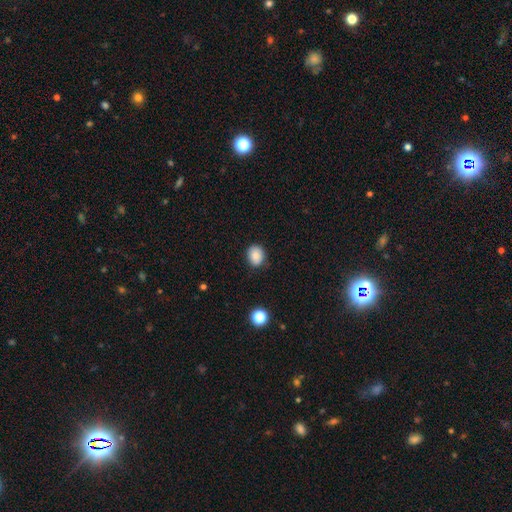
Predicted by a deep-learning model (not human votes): smooth 86%, star or artifact 9%, featured or disk 4%. Down the decision tree: how rounded — in between (50%); merging — none (82%).